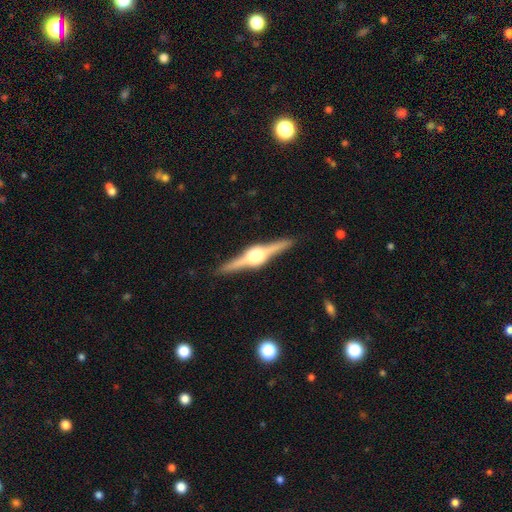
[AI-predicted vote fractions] A featured or disk galaxy (88%) viewed edge-on (98%) with a rounded central bulge (91%).

Vote fractions:
- Smooth or featured? featured or disk: 88% / smooth: 7% / star or artifact: 5%
- Edge-on disk? yes: 98% / no: 2%
- Edge-on bulge? rounded: 91% / boxy: 8% / none: 1%
- Merging? none: 91% / minor disturbance: 6% / major disturbance: 1% / merger: 1%